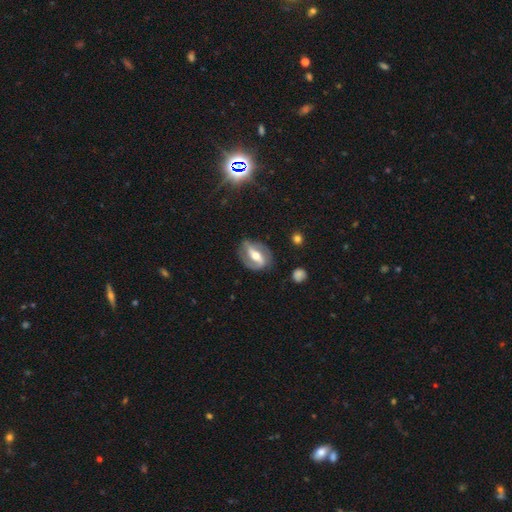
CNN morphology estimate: Smooth or featured? Predicted: featured or disk (p=0.80). Edge-on disk? Predicted: no (p=0.92). Bar? Predicted: strong (p=0.63). Spiral arms? Predicted: yes (p=0.86). Spiral winding? Predicted: medium (p=0.43). Spiral arm count? Predicted: 2 (p=0.85). Bulge size? Predicted: moderate (p=0.70). Merging? Predicted: none (p=0.76).